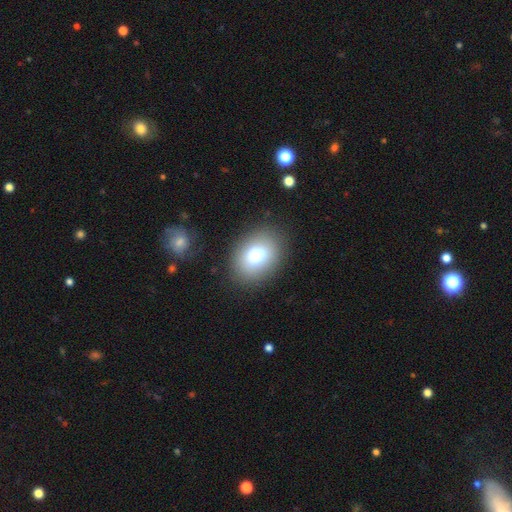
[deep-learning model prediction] Smooth or featured: smooth — 76% (featured or disk — 13%)
How rounded: in between — 63% (round — 36%)
Merging: none — 86% (minor disturbance — 9%)